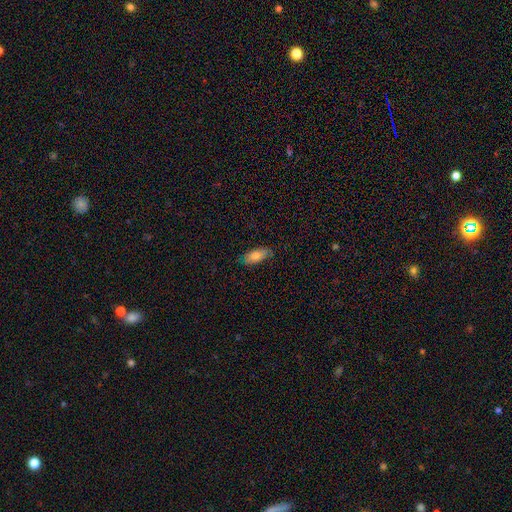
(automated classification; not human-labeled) A smooth galaxy with no disk features (81%) that is in between round and cigar-shaped (83%). Merging: none (82%).